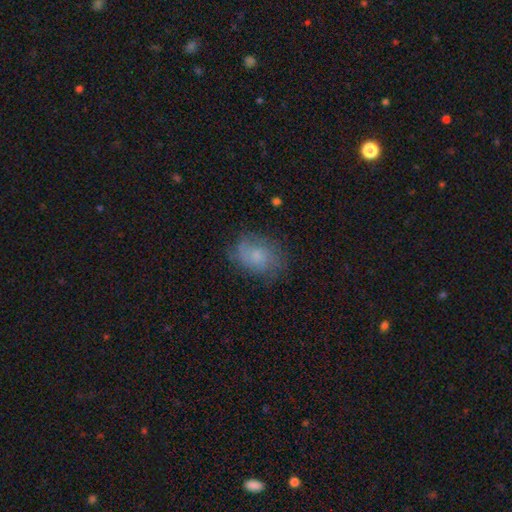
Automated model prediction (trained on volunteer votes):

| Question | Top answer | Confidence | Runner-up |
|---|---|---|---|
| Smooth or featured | smooth | 64% | featured or disk (26%) |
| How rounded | in between | 67% | round (32%) |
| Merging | none | 66% | minor disturbance (23%) |